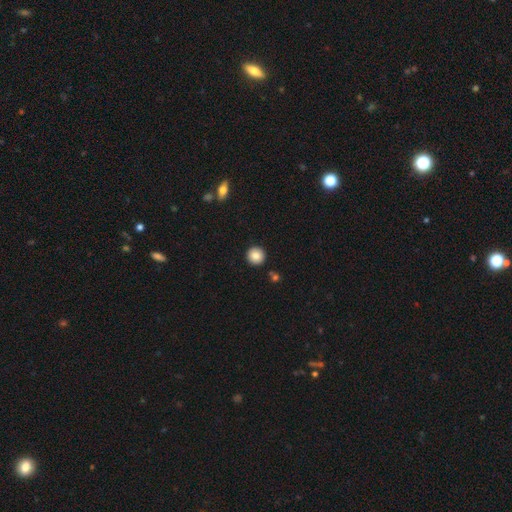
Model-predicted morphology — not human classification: The model was most divided on "smooth or featured": smooth: 85%, star or artifact: 9%, featured or disk: 6%. More confident: how rounded — round (95%); merging — none (92%).